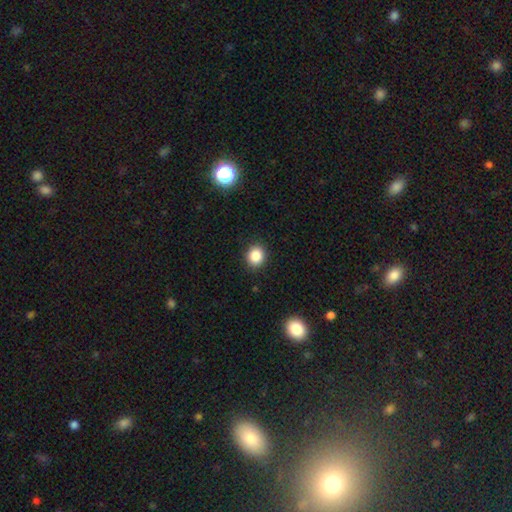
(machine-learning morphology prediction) A smooth galaxy with no disk features (85%) that is round (78%). Merging: none (90%).